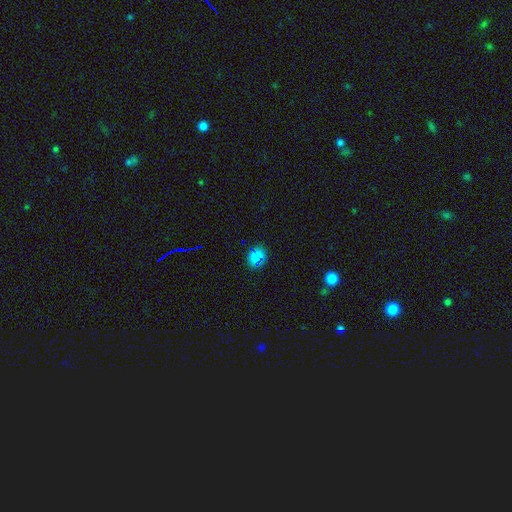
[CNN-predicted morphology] This appears to be a smooth galaxy with no disk features (65%) that is round (64%). Merging: none (85%).